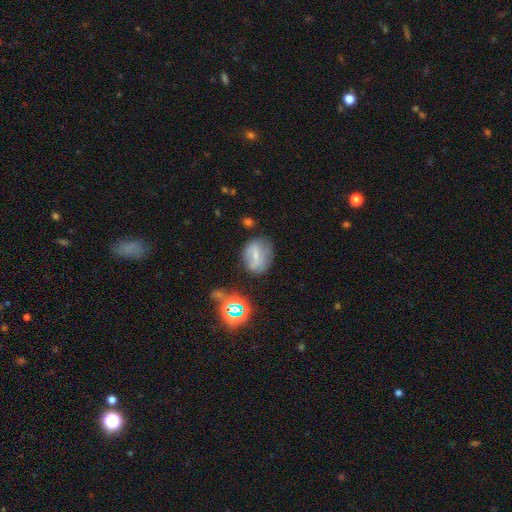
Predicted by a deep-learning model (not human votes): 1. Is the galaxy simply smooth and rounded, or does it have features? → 46% smooth, 39% featured or disk, 15% star or artifact.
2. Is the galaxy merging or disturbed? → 62% none, 24% minor disturbance, 10% major disturbance, 4% merger.